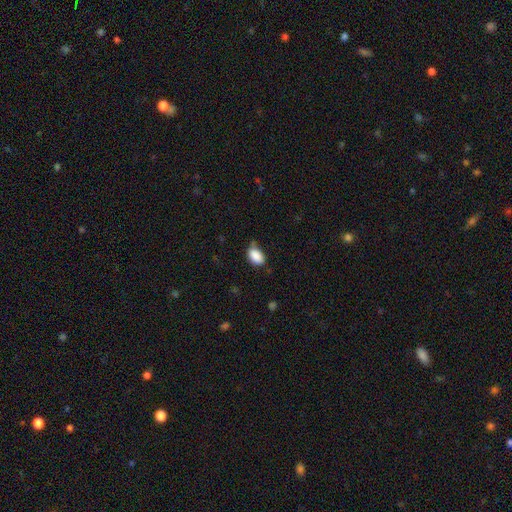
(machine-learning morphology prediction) smooth-or-featured: smooth: 89% | star or artifact: 8% | featured or disk: 3%
  how-rounded: in between: 89% | round: 9% | cigar-shaped: 1%
  merging: none: 69% | minor disturbance: 22% | major disturbance: 5% | merger: 4%